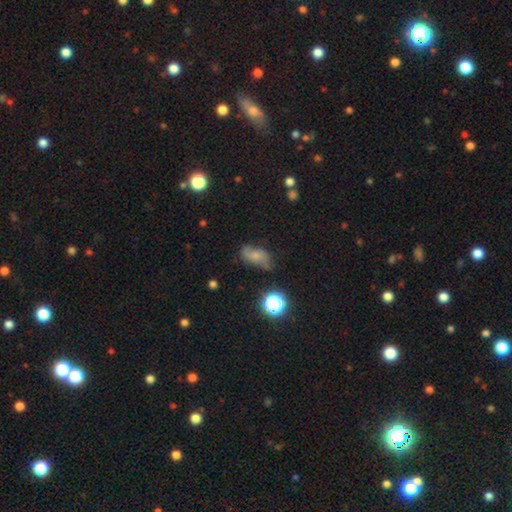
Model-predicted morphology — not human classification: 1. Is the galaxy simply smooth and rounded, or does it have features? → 56% smooth, 30% featured or disk, 14% star or artifact.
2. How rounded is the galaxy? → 86% in between, 10% round, 4% cigar-shaped.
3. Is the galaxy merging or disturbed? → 61% none, 27% minor disturbance, 9% major disturbance, 3% merger.